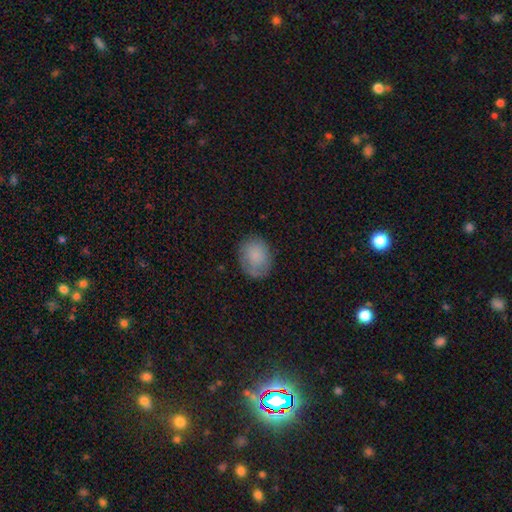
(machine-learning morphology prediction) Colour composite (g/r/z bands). It shows a smooth galaxy with no disk features (82%) that is round (50%). Merging: none (74%).